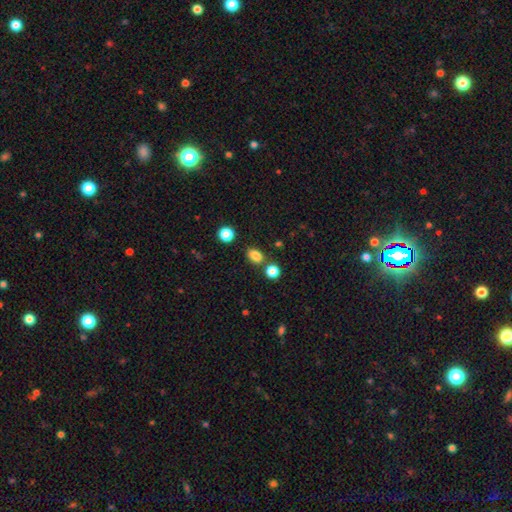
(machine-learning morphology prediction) smooth 83%, star or artifact 12%, featured or disk 5%. Down the decision tree: how rounded — in between (73%); merging — none (75%).